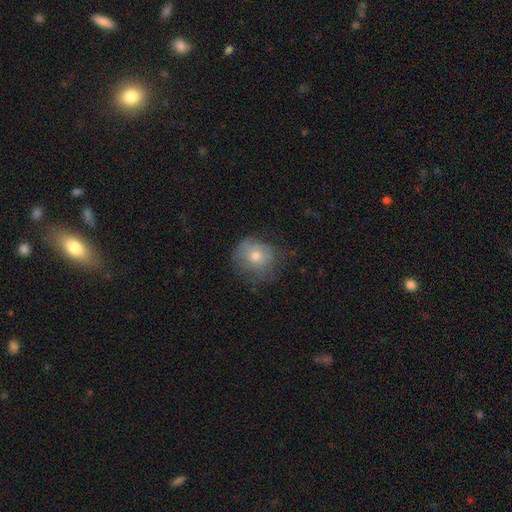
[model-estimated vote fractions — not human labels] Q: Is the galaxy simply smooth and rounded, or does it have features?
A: smooth — 65%.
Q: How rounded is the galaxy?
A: round — 77%.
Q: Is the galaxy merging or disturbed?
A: none — 54%.